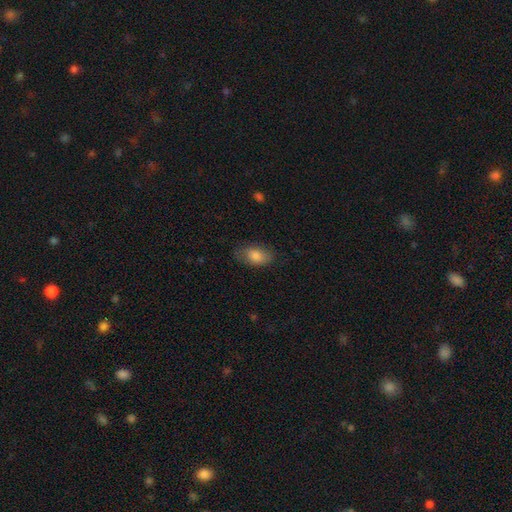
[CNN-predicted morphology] A smooth galaxy with no disk features (81%) that is in between round and cigar-shaped (90%). Merging: none (74%).